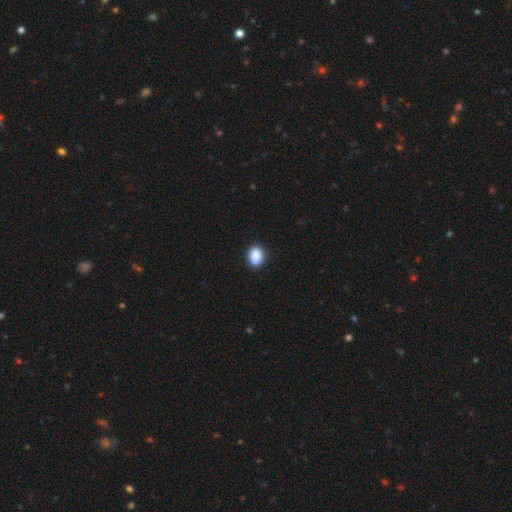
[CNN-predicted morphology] A smooth galaxy with no disk features (89%) that is in between round and cigar-shaped (67%).

Vote fractions:
- Smooth or featured? smooth: 89% / star or artifact: 8% / featured or disk: 3%
- How rounded? in between: 67% / round: 32% / cigar-shaped: 1%
- Merging? none: 84% / minor disturbance: 12% / major disturbance: 2% / merger: 1%